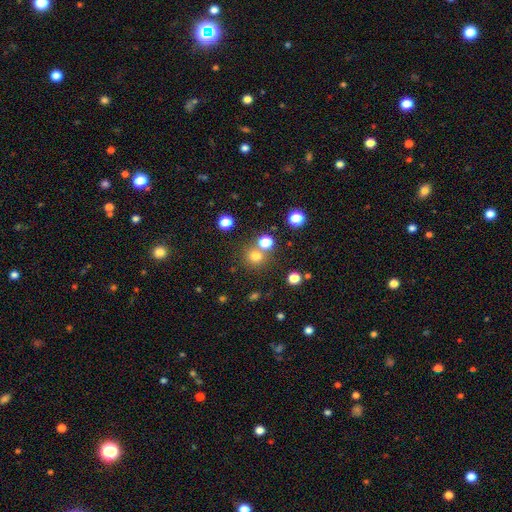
Smooth or featured? 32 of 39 (82%) said smooth. How rounded? 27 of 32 (84%) said round. Merging? 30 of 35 (86%) said none.